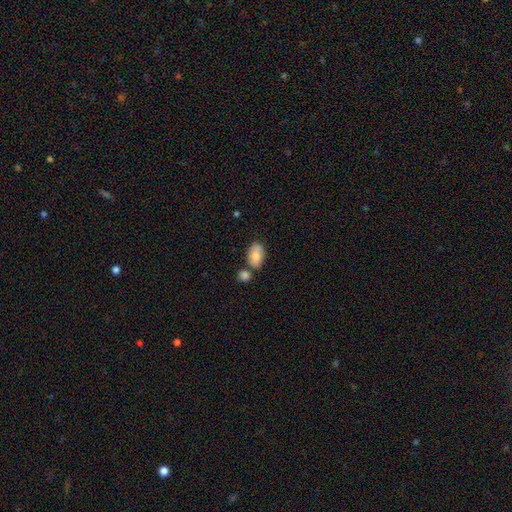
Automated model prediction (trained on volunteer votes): Overall: smooth (76%). How rounded: in between (89%). Merging: none (56%; merger 23%).